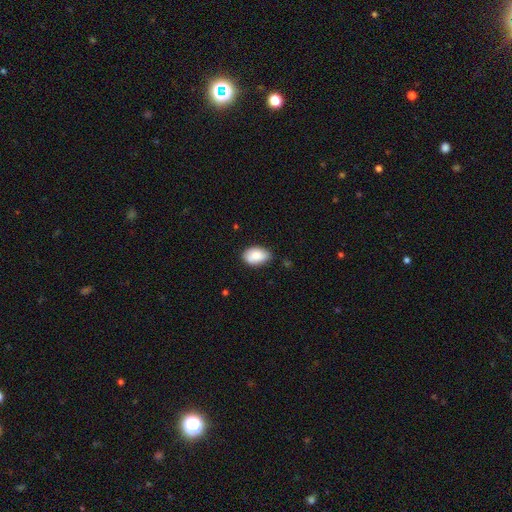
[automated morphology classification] This appears to be a smooth galaxy with no disk features (84%) that is in between round and cigar-shaped (89%). Merging: none (69%).